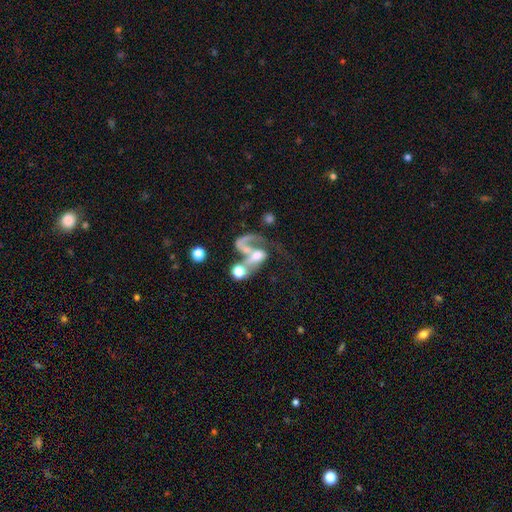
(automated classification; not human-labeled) Q: Smooth or featured?
A: featured or disk (62%); runner-up: smooth (26%)
Q: Edge-on disk?
A: no (96%); runner-up: yes (4%)
Q: Bar?
A: no (60%); runner-up: weak (25%)
Q: Spiral arms?
A: yes (66%); runner-up: no (34%)
Q: Bulge size?
A: moderate (35%); runner-up: none (24%)
Q: Merging?
A: merger (49%); runner-up: major disturbance (28%)